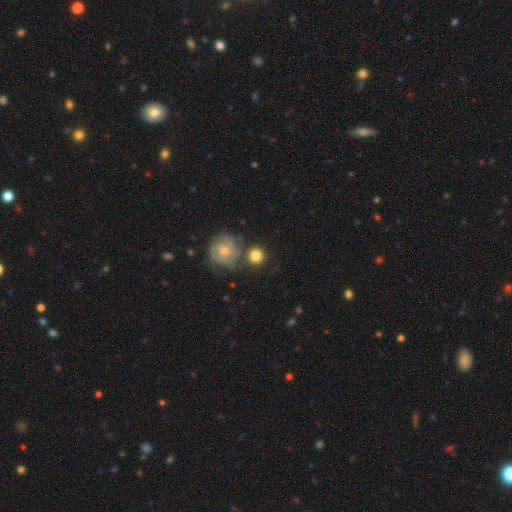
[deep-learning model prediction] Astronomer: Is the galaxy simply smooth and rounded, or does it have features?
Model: smooth — 74%.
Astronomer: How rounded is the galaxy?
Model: round — 92%.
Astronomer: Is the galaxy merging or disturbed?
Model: none — 69%.